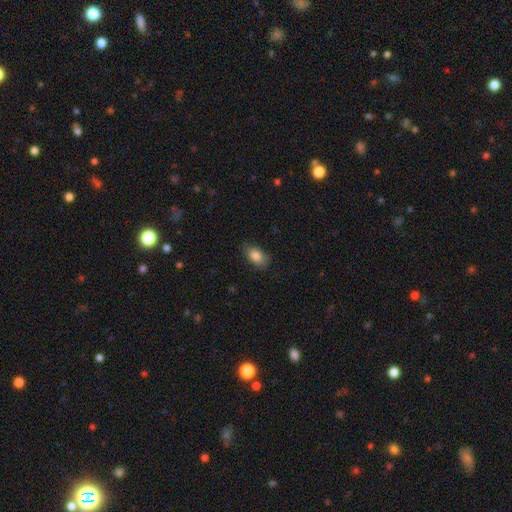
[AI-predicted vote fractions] Smooth or featured: smooth — 84% (featured or disk — 8%)
How rounded: in between — 88% (round — 10%)
Merging: none — 80% (minor disturbance — 16%)